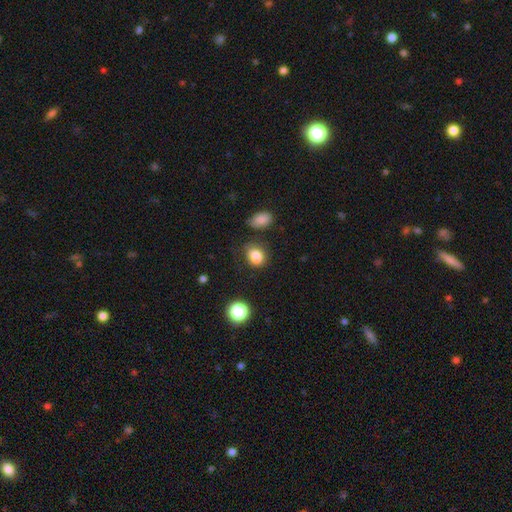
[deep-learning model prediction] Q: Smooth or featured?
A: smooth (84%); runner-up: star or artifact (10%)
Q: How rounded?
A: in between (57%); runner-up: round (42%)
Q: Merging?
A: none (70%); runner-up: minor disturbance (20%)